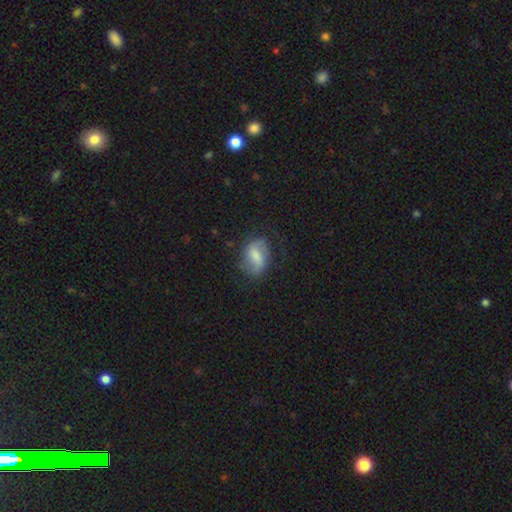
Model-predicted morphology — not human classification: featured or disk 49%, smooth 43%, star or artifact 8%. Down the decision tree: merging — none (64%).